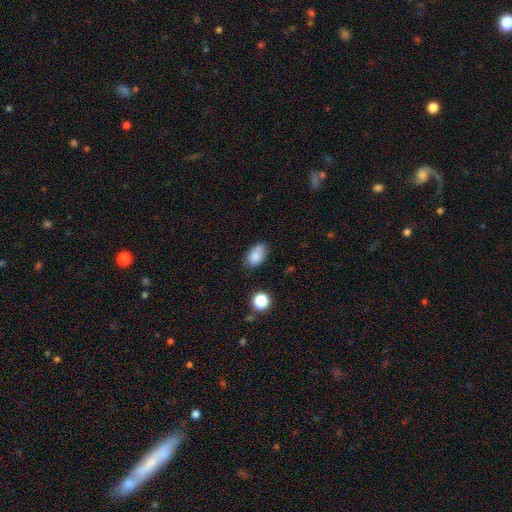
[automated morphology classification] This appears to be a smooth galaxy with no disk features (83%) that is in between round and cigar-shaped (90%). Merging: none (72%).